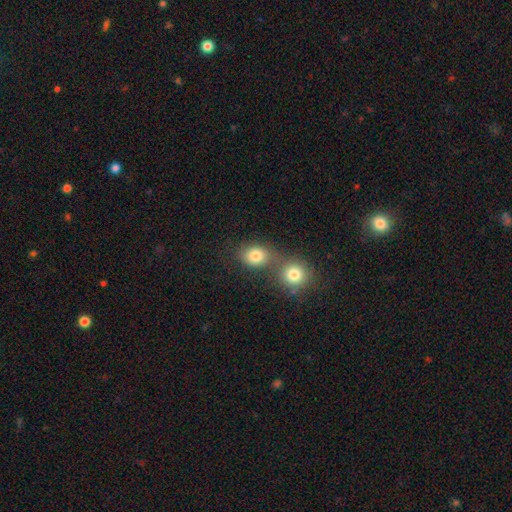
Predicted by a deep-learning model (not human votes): A smooth galaxy with no disk features (81%) that is round (67%).

Vote fractions:
- Smooth or featured? smooth: 81% / star or artifact: 11% / featured or disk: 8%
- How rounded? round: 67% / in between: 32% / cigar-shaped: 1%
- Merging? merger: 45% / none: 43% / minor disturbance: 8% / major disturbance: 4%